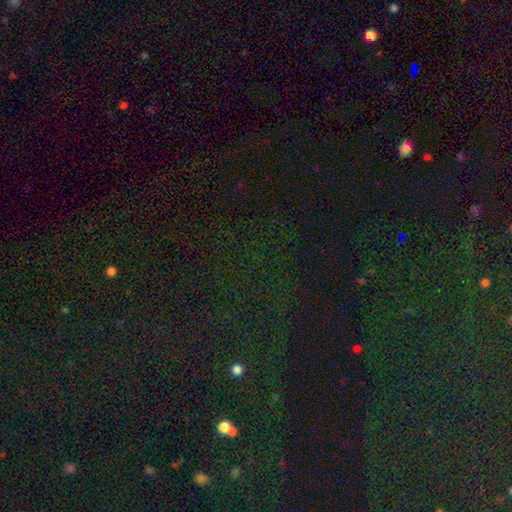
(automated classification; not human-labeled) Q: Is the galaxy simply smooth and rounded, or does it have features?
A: star or artifact — 80%.